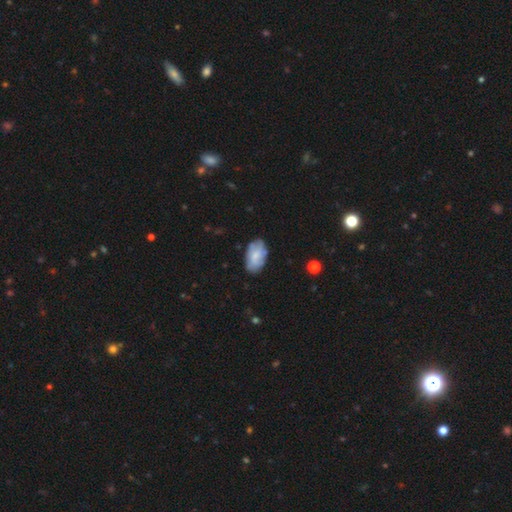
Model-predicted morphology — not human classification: This appears to be a smooth galaxy with no disk features (68%) that is in between round and cigar-shaped (94%). Merging: none (75%).